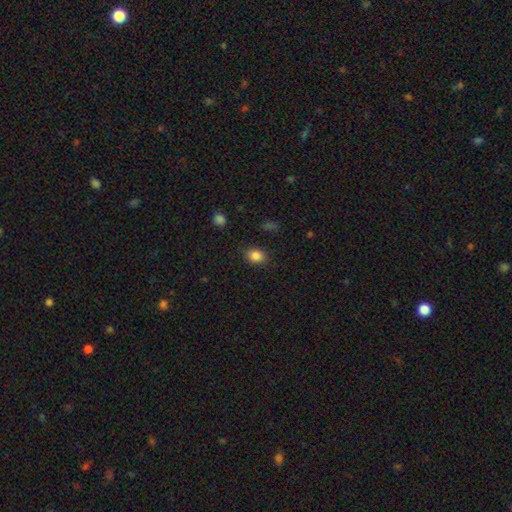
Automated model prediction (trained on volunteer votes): smooth_or_featured: smooth (p=0.85) [alt: star or artifact p=0.10]
how_rounded: in between (p=0.58) [alt: round p=0.41]
merging: none (p=0.86) [alt: minor disturbance p=0.10]